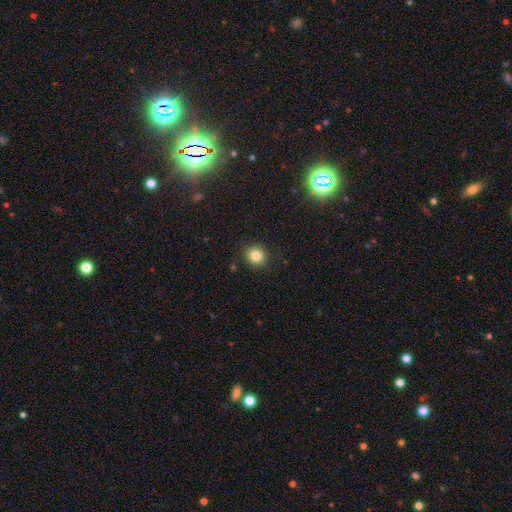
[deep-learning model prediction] This is clearly a smooth galaxy (83%). How rounded: likely round (80%). Merging: clearly none (89%).